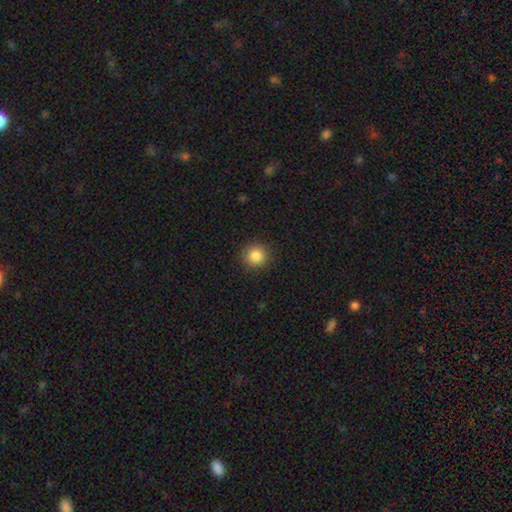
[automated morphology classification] smooth 86%, star or artifact 10%, featured or disk 4%. Down the decision tree: how rounded — round (93%); merging — none (91%).